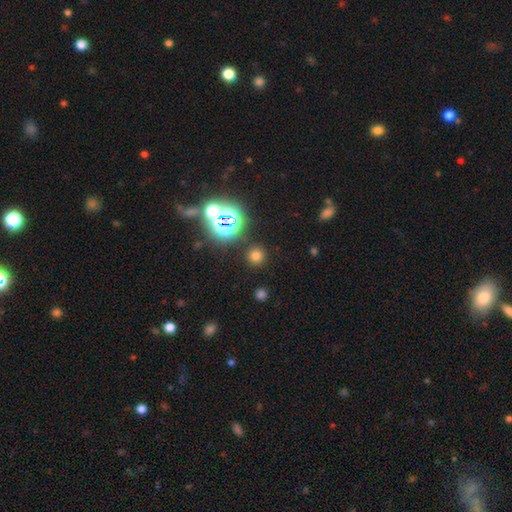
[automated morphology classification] The model was most divided on "smooth or featured": smooth: 66%, star or artifact: 28%, featured or disk: 6%. More confident: how rounded — round (92%); merging — none (88%).